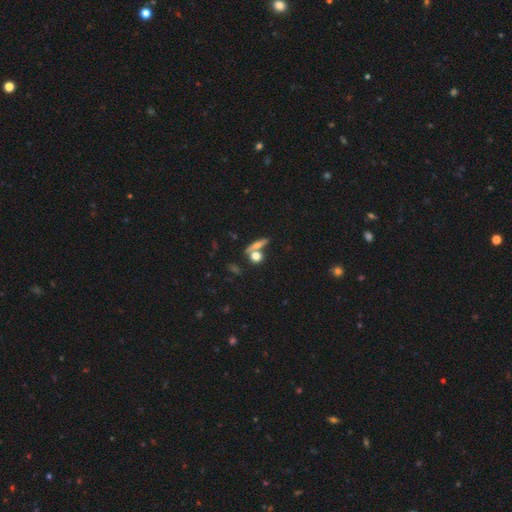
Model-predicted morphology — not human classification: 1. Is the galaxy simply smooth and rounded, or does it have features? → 65% smooth, 21% featured or disk, 14% star or artifact.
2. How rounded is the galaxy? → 57% round, 27% in between, 16% cigar-shaped.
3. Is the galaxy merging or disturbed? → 55% none, 31% merger, 9% minor disturbance, 5% major disturbance.